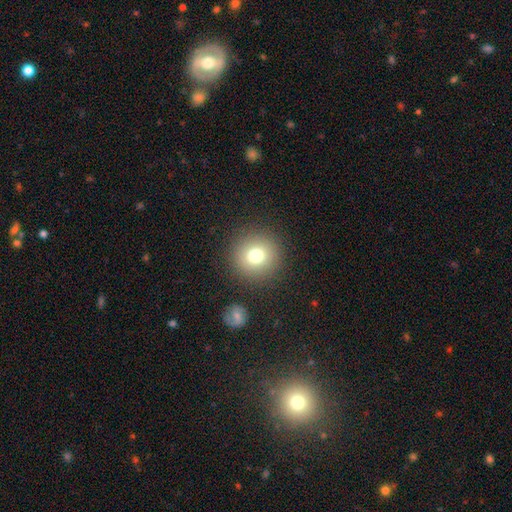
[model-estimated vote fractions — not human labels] A smooth galaxy with no disk features (77%) that is round (95%). Merging: none (88%).